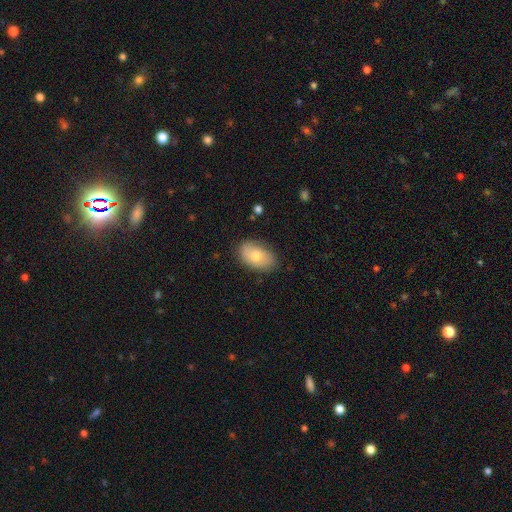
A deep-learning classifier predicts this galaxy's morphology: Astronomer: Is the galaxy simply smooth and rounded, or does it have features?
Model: smooth — 70%.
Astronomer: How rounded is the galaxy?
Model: in between — 90%.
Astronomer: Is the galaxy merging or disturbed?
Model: none — 80%.